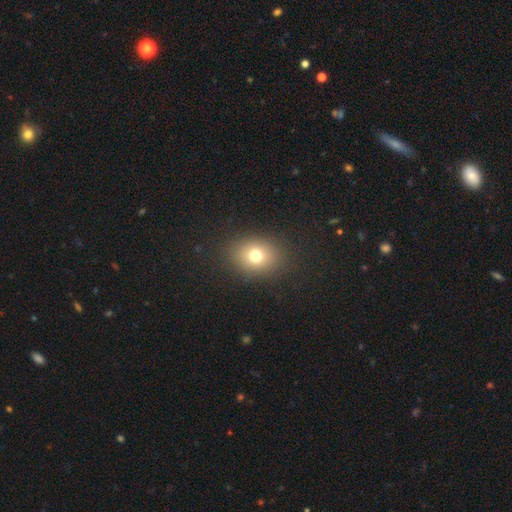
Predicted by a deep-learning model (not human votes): A smooth galaxy with no disk features (74%) that is round (54%). Merging: none (87%).